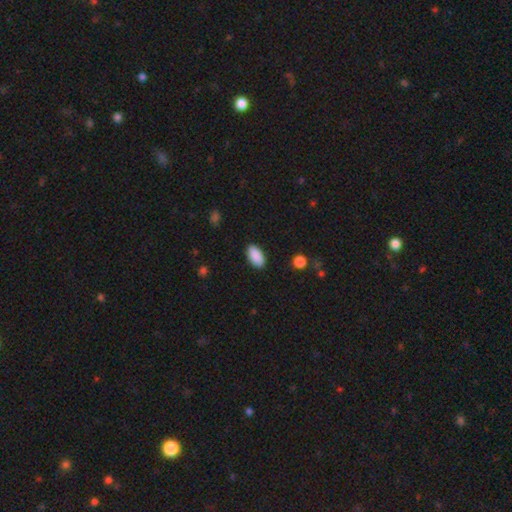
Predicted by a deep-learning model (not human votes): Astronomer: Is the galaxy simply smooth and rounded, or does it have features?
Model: smooth — 90%.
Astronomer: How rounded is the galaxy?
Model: in between — 94%.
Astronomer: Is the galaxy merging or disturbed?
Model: none — 89%.